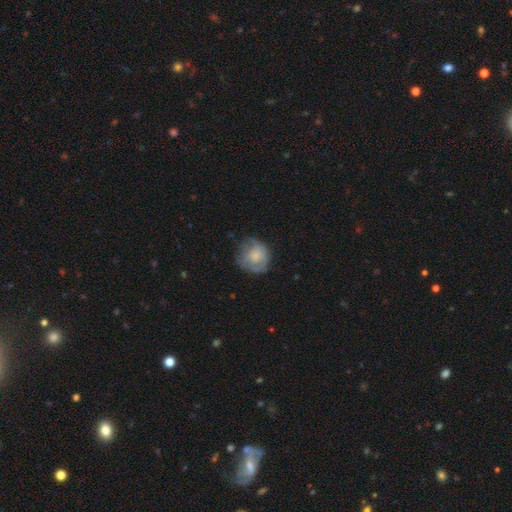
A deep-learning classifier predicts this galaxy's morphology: smooth 61%, featured or disk 32%, star or artifact 8%. Down the decision tree: how rounded — round (83%); merging — none (58%).